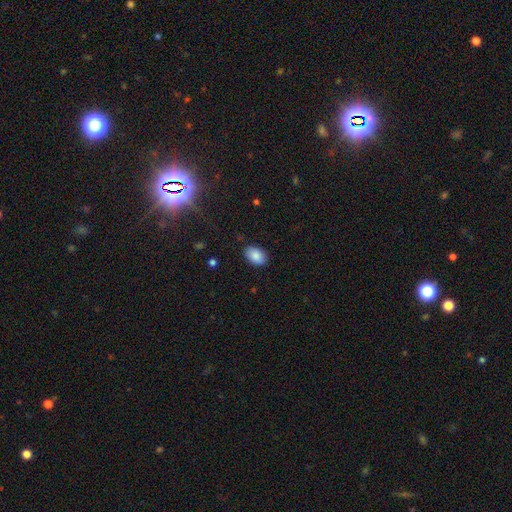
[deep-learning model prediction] This is clearly a smooth galaxy (87%). How rounded: clearly in between (89%). Merging: clearly none (86%).